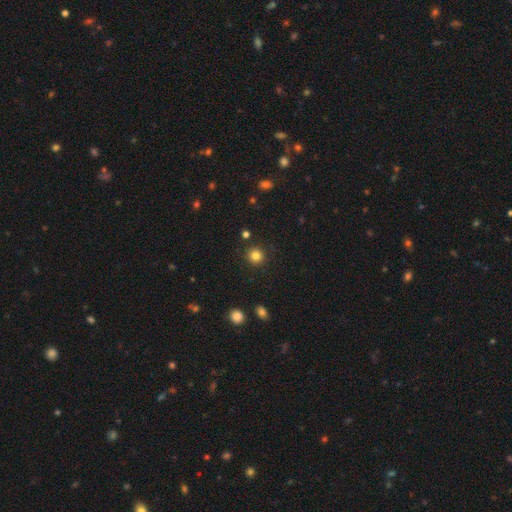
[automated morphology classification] A smooth galaxy with no disk features (83%) that is round (92%).

Vote fractions:
- Smooth or featured? smooth: 83% / star or artifact: 12% / featured or disk: 5%
- How rounded? round: 92% / in between: 7% / cigar-shaped: 1%
- Merging? none: 89% / minor disturbance: 6% / major disturbance: 2% / merger: 2%